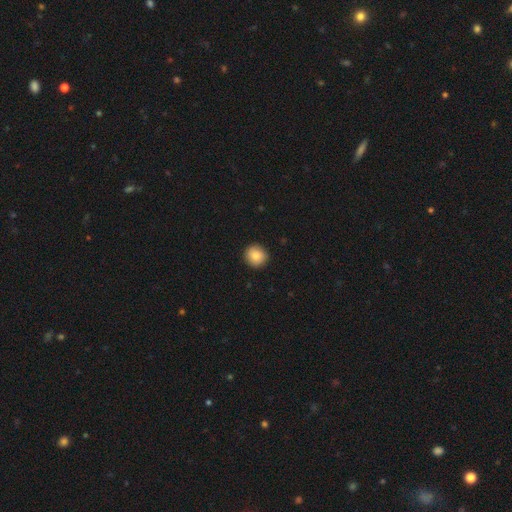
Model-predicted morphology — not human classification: The model was most divided on "smooth or featured": smooth: 85%, star or artifact: 8%, featured or disk: 7%. More confident: how rounded — round (93%); merging — none (91%).